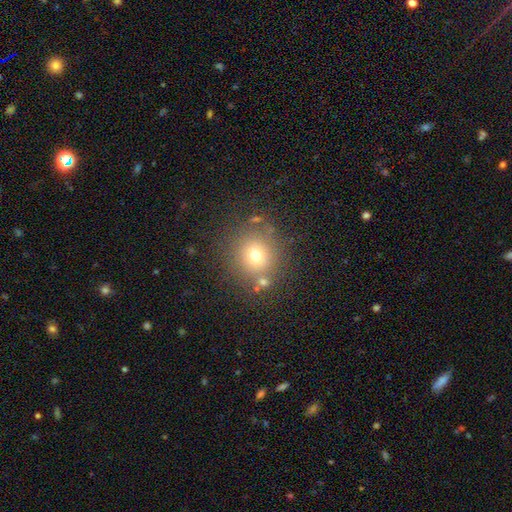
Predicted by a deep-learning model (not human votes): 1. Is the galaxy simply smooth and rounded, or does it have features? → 68% smooth, 19% star or artifact, 12% featured or disk.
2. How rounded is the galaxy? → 91% round, 8% in between, 1% cigar-shaped.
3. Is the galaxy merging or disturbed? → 78% none, 10% minor disturbance, 7% merger, 5% major disturbance.